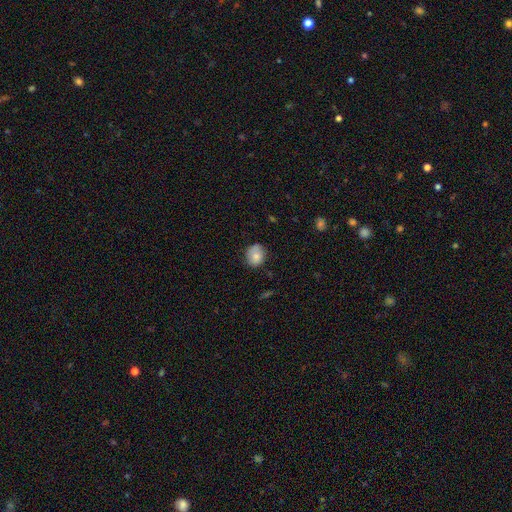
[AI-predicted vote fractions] Smooth or featured? smooth (78%)
How rounded? round (72%)
Merging? none (72%)